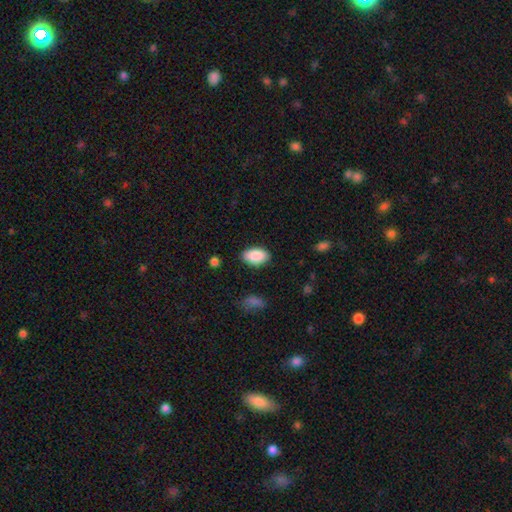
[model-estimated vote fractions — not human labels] Morphology: type=smooth (89%); roundness=in between (94%); merging=none (85%).